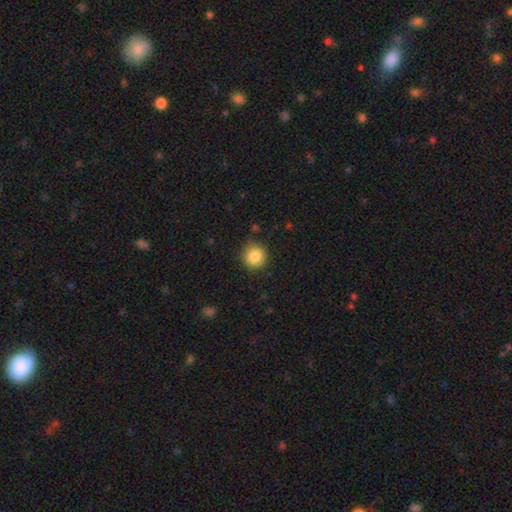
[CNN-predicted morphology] Smooth or featured? Predicted: smooth (p=0.86). How rounded? Predicted: round (p=0.92). Merging? Predicted: none (p=0.86).